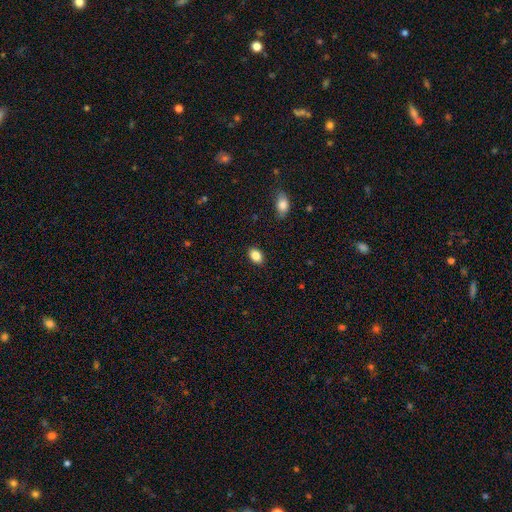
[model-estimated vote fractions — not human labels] This is clearly a smooth galaxy (86%). How rounded: clearly in between (83%). Merging: clearly none (88%).